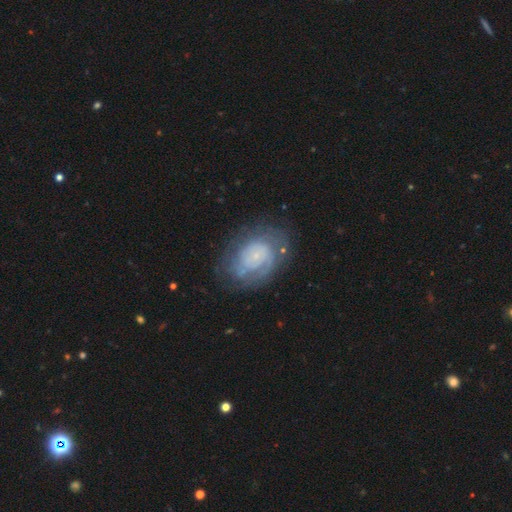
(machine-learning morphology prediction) Smooth or featured: featured or disk — 67% (smooth — 25%)
Edge-on disk: no — 97% (yes — 3%)
Bar: no — 79% (weak — 17%)
Spiral arms: yes — 79% (no — 21%)
Spiral winding: tight — 63% (medium — 26%)
Spiral arm count: can't tell — 51% (2 — 23%)
Bulge size: small — 69% (none — 15%)
Merging: none — 66% (minor disturbance — 20%)